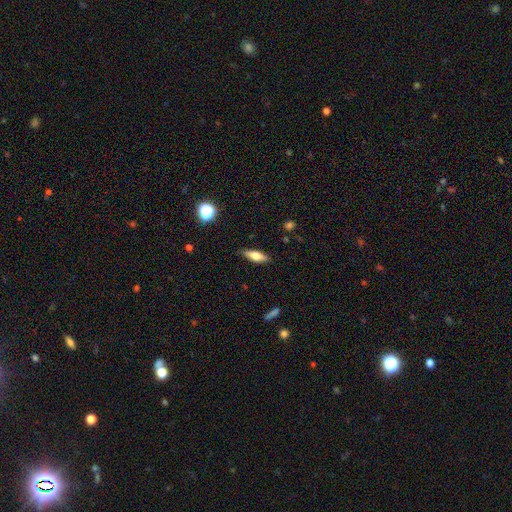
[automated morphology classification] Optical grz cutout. It shows a smooth galaxy with no disk features (61%) that is in between round and cigar-shaped (55%). Merging: none (84%).